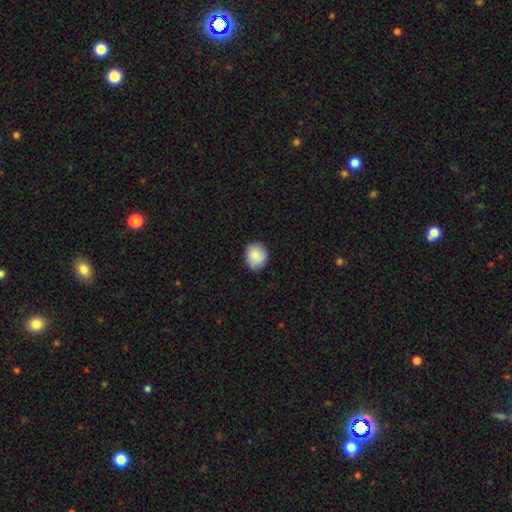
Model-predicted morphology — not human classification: Smooth or featured: smooth — 86% (featured or disk — 7%)
How rounded: round — 76% (in between — 24%)
Merging: none — 84% (minor disturbance — 12%)